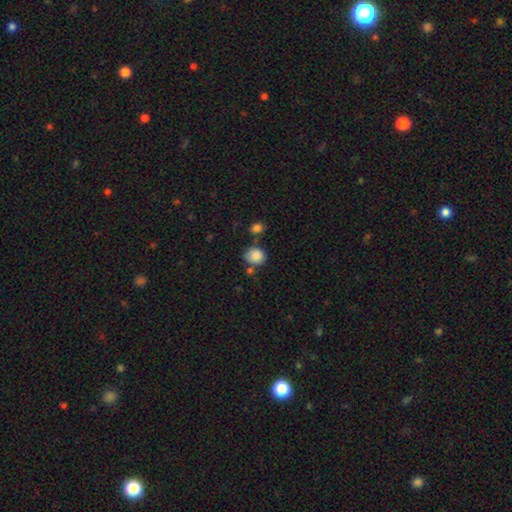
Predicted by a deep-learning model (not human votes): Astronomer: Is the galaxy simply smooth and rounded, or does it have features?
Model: smooth — 87%.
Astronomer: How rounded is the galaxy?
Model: round — 73%.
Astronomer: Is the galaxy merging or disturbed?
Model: none — 63%.